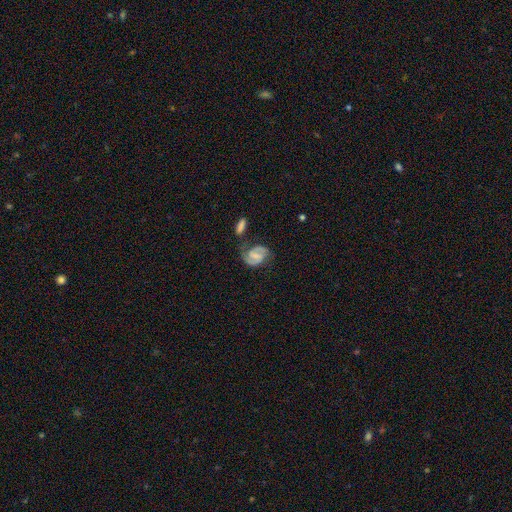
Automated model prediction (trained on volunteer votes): Q: Smooth or featured?
A: featured or disk (80%); runner-up: smooth (14%)
Q: Edge-on disk?
A: no (98%); runner-up: yes (2%)
Q: Bar?
A: weak (49%); runner-up: no (28%)
Q: Spiral arms?
A: yes (96%); runner-up: no (4%)
Q: Spiral winding?
A: medium (51%); runner-up: tight (33%)
Q: Spiral arm count?
A: 2 (90%); runner-up: can't tell (4%)
Q: Bulge size?
A: small (48%); runner-up: none (26%)
Q: Merging?
A: none (62%); runner-up: minor disturbance (18%)